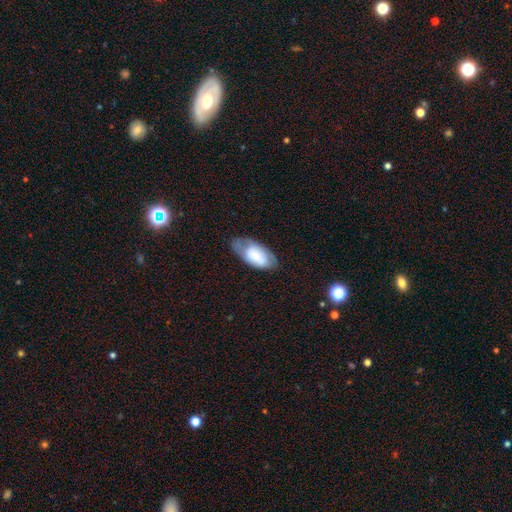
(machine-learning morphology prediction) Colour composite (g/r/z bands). It shows a smooth galaxy with no disk features (60%) that is in between round and cigar-shaped (93%). Merging: none (58%).